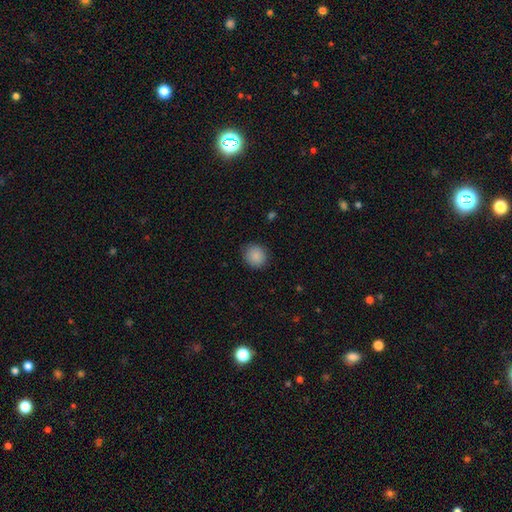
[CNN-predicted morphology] The model was most divided on "how rounded": round: 82%, in between: 17%, cigar-shaped: 1%. More confident: smooth or featured — smooth (88%); merging — none (85%).